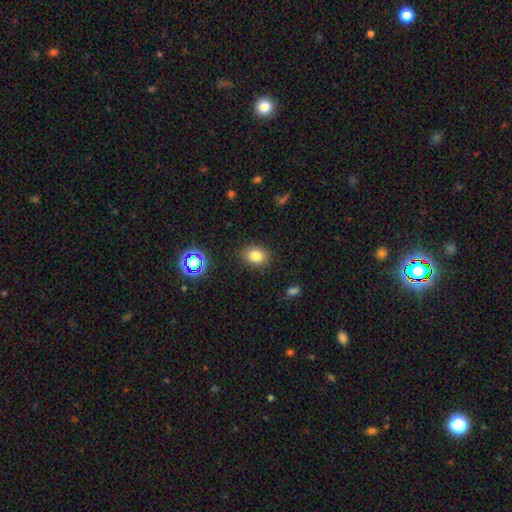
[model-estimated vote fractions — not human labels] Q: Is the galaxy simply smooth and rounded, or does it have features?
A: smooth — 79%.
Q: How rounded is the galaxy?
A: in between — 54%.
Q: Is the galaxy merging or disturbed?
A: none — 87%.